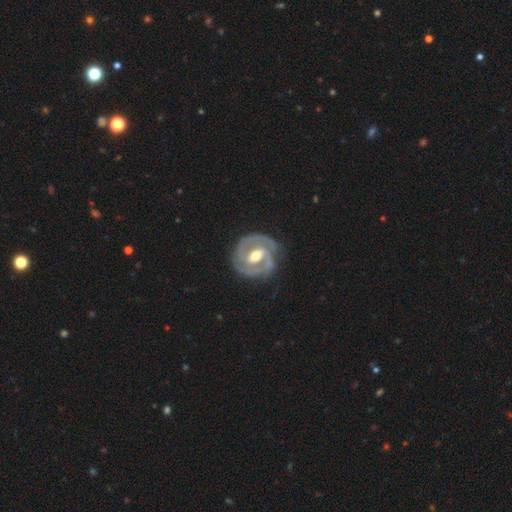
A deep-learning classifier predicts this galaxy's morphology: Smooth or featured: featured or disk — 89% (smooth — 8%)
Edge-on disk: no — 98% (yes — 2%)
Bar: weak — 43% (strong — 37%)
Spiral arms: yes — 94% (no — 6%)
Spiral winding: tight — 69% (medium — 26%)
Spiral arm count: 2 — 82% (can't tell — 6%)
Bulge size: moderate — 72% (small — 17%)
Merging: none — 79% (minor disturbance — 15%)